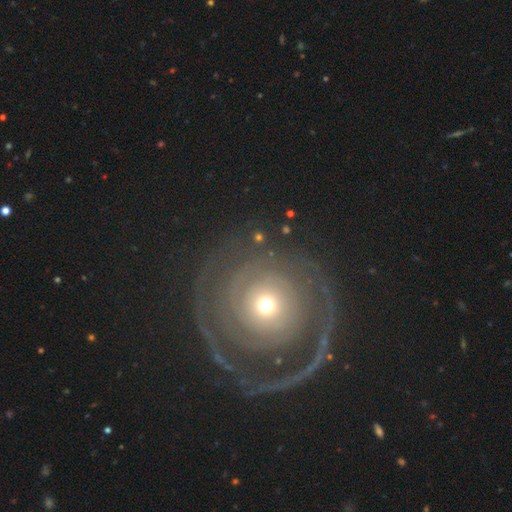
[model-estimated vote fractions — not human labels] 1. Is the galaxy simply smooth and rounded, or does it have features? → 72% featured or disk, 18% smooth, 10% star or artifact.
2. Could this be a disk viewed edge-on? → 96% no, 4% yes.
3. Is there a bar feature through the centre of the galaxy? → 87% no, 9% weak, 4% strong.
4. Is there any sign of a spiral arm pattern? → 71% yes, 29% no.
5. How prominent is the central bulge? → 48% small, 43% moderate, 5% large, 2% dominant, 1% none.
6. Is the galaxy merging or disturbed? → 74% none, 12% minor disturbance, 12% major disturbance, 2% merger.